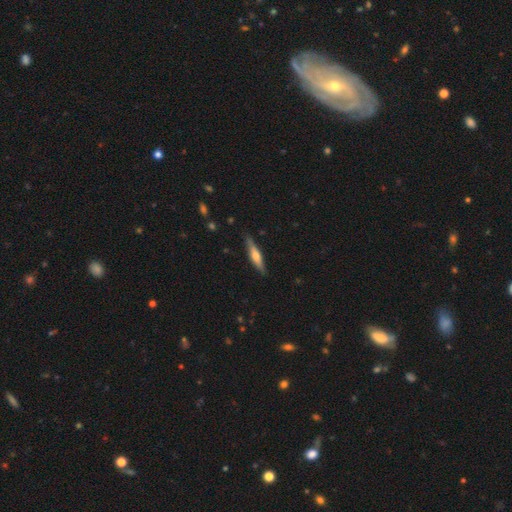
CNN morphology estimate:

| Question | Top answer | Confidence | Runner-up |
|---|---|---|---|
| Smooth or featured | featured or disk | 49% | smooth (45%) |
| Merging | none | 85% | minor disturbance (11%) |